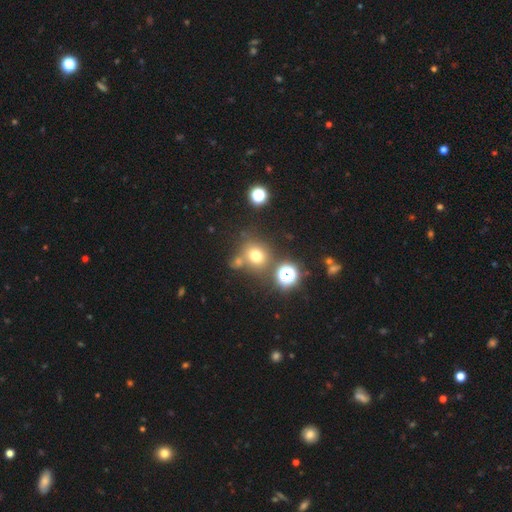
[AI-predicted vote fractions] A smooth galaxy with no disk features (68%) that is round (82%).

Vote fractions:
- Smooth or featured? smooth: 68% / star or artifact: 22% / featured or disk: 10%
- How rounded? round: 82% / in between: 17% / cigar-shaped: 1%
- Merging? none: 69% / merger: 15% / minor disturbance: 11% / major disturbance: 5%